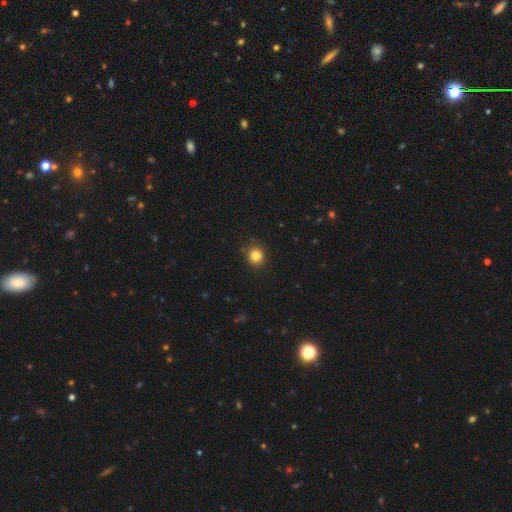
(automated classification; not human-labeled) smooth_or_featured: smooth (p=0.84) [alt: star or artifact p=0.12]
how_rounded: round (p=0.89) [alt: in between p=0.10]
merging: none (p=0.88) [alt: minor disturbance p=0.08]